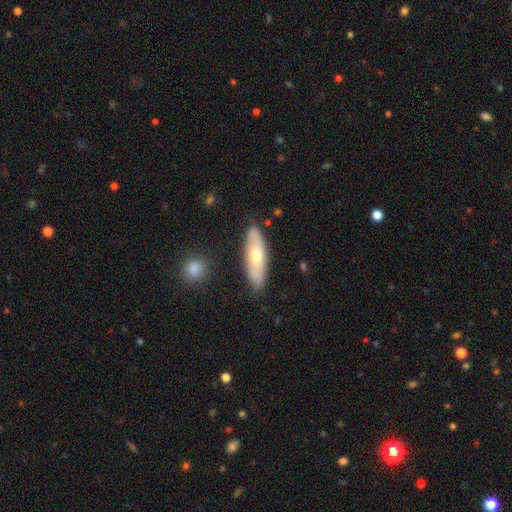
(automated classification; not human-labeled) Smooth or featured? smooth (48%)
Merging? none (81%)